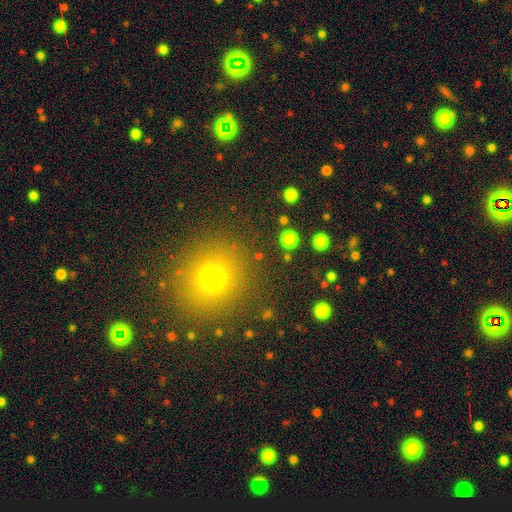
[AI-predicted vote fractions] smooth_or_featured: smooth (p=0.57) [alt: star or artifact p=0.34]
how_rounded: round (p=0.89) [alt: in between p=0.09]
merging: none (p=0.90) [alt: minor disturbance p=0.06]